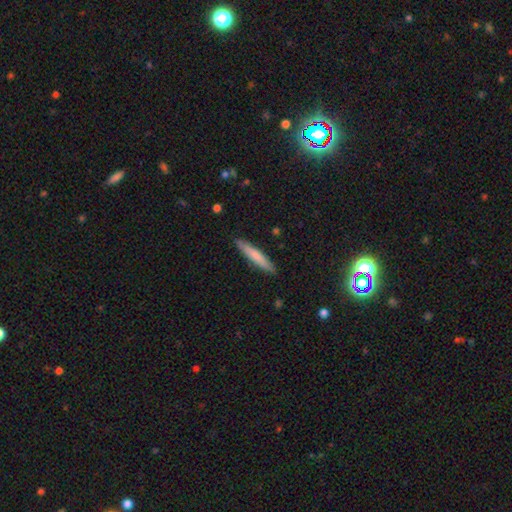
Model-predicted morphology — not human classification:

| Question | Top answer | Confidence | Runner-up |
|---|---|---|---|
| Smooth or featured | smooth | 73% | featured or disk (21%) |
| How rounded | cigar-shaped | 92% | in between (6%) |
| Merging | none | 90% | minor disturbance (8%) |